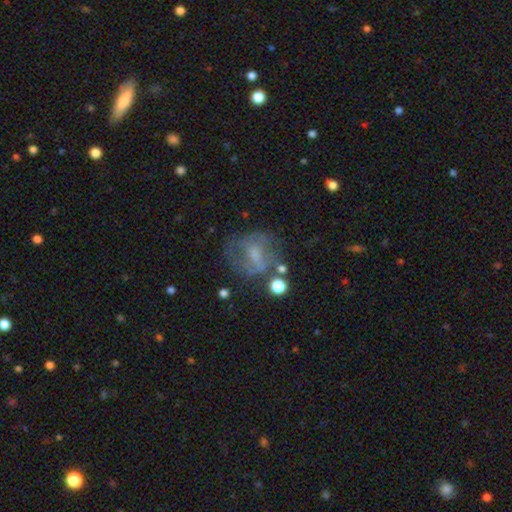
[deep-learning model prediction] This appears to be a featured or disk galaxy (48%). Merging: none (51%).